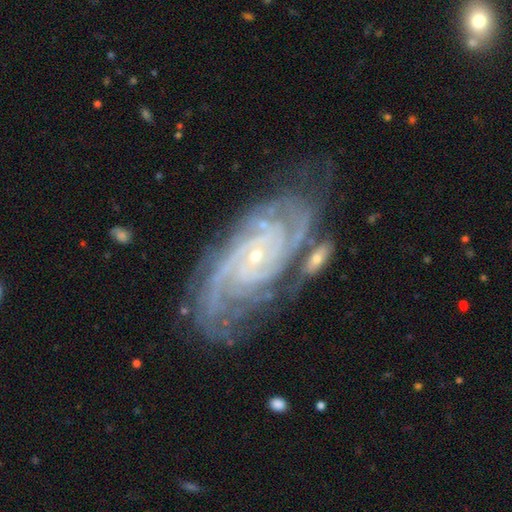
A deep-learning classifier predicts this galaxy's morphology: Smooth or featured? featured or disk (91%)
Edge-on disk? no (96%)
Bar? no (69%)
Spiral arms? yes (98%)
Spiral winding? tight (75%)
Spiral arm count? 4 (23%)
Bulge size? small (85%)
Merging? none (63%)